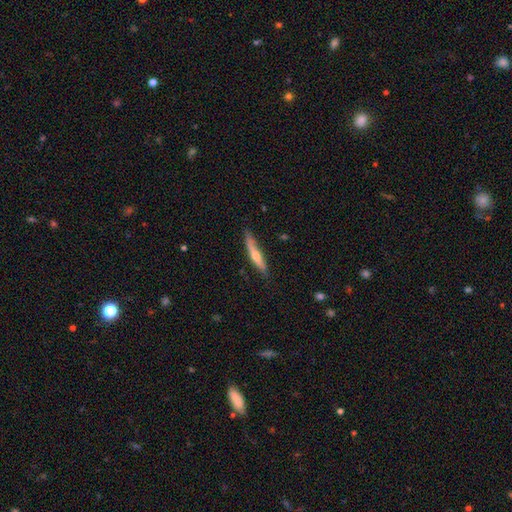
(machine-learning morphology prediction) smooth-or-featured: featured or disk: 56% | smooth: 38% | star or artifact: 6%
  disk-edge-on: yes: 93% | no: 7%
    edge-on-bulge: rounded: 87% | none: 10% | boxy: 3%
  merging: none: 76% | minor disturbance: 19% | major disturbance: 3% | merger: 2%